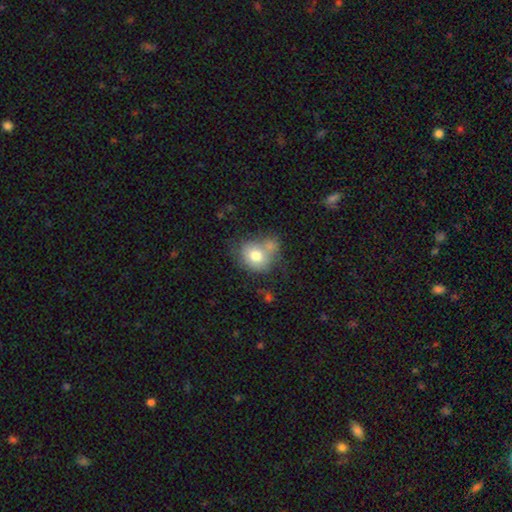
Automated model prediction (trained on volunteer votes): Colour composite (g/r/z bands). It shows a smooth galaxy with no disk features (75%) that is round (63%). Merging: none (40%).